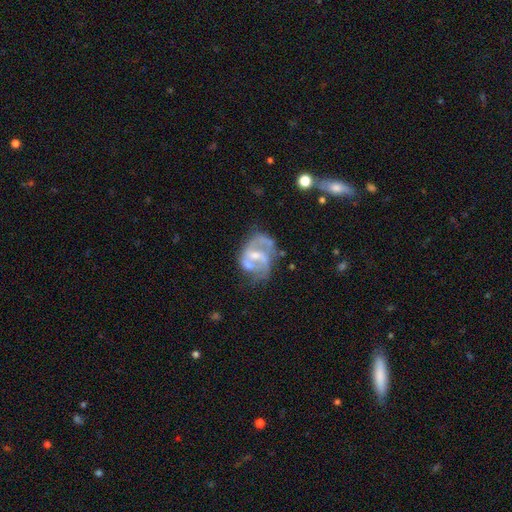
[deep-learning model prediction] A featured or disk galaxy (79%) with a weak bar (48%), 2 (64%) medium (49%) spiral arms (79%) and a moderate central bulge (47%).

Vote fractions:
- Smooth or featured? featured or disk: 79% / smooth: 14% / star or artifact: 7%
- Edge-on disk? no: 98% / yes: 2%
- Bar? weak: 48% / no: 33% / strong: 19%
- Spiral arms? yes: 79% / no: 21%
- Spiral winding? medium: 49% / loose: 29% / tight: 21%
- Spiral arm count? 2: 64% / can't tell: 16% / 3: 10% / 1: 7% / 4: 2% / more than 4: 2%
- Bulge size? moderate: 47% / small: 40% / none: 9% / large: 3% / dominant: 1%
- Merging? none: 37% / major disturbance: 23% / minor disturbance: 22% / merger: 19%